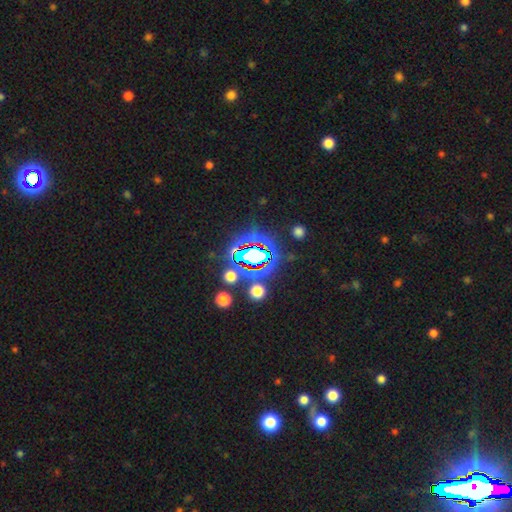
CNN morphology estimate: Overall: star or artifact (70%).